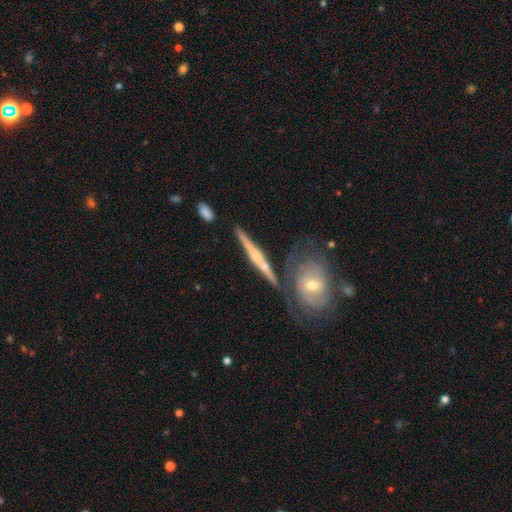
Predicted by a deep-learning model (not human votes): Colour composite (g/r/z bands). It shows a featured or disk galaxy (64%) viewed edge-on (93%) with a rounded central bulge (56%). Merging: none (67%).